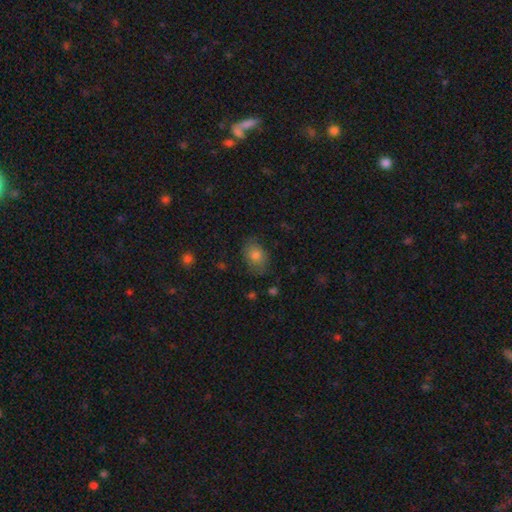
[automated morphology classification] A smooth galaxy with no disk features (80%) that is in between round and cigar-shaped (73%). Merging: none (75%).